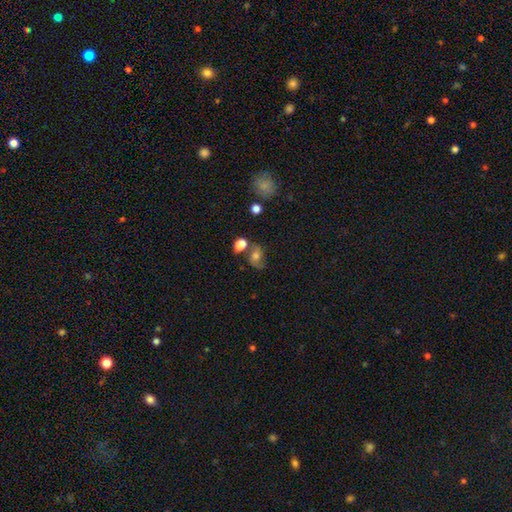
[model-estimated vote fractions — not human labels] Smooth or featured?
  - smooth: 50% *
  - featured or disk: 38%
  - star or artifact: 13%
Merging?
  - none: 48% *
  - minor disturbance: 20%
  - merger: 20%
  - major disturbance: 12%